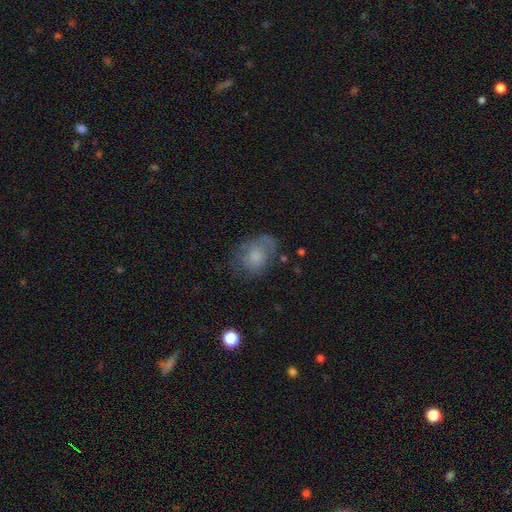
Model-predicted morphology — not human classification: Smooth or featured: smooth — 61% (featured or disk — 28%)
How rounded: in between — 65% (round — 34%)
Merging: none — 55% (minor disturbance — 26%)